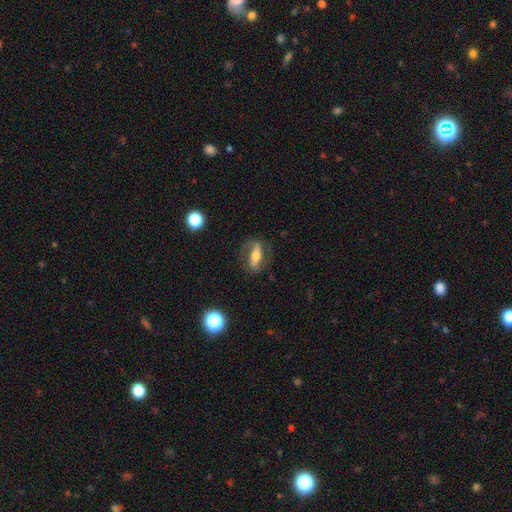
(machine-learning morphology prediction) Overall: featured or disk (57%; smooth 35%). Edge-on disk: no (77%). Merging: none (73%).